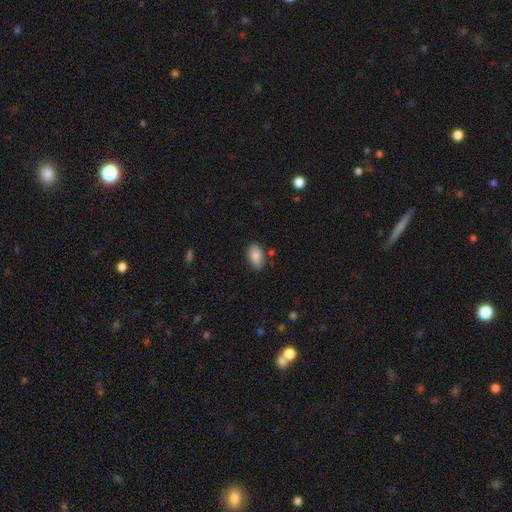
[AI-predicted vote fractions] A smooth galaxy with no disk features (87%) that is in between round and cigar-shaped (94%). Merging: none (81%).